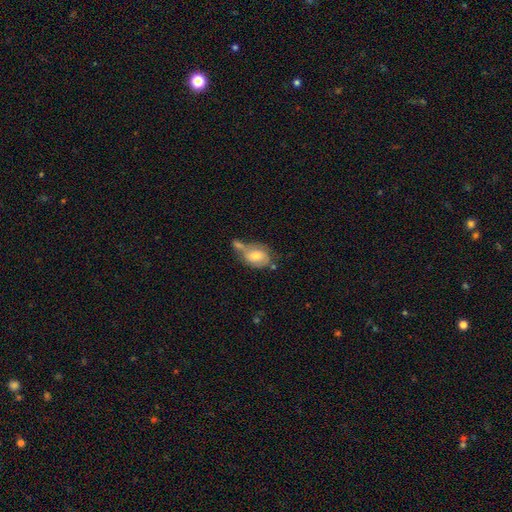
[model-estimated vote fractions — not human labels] smooth_or_featured: smooth (p=0.62) [alt: featured or disk p=0.30]
how_rounded: in between (p=0.69) [alt: round p=0.30]
merging: merger (p=0.39) [alt: none p=0.32]